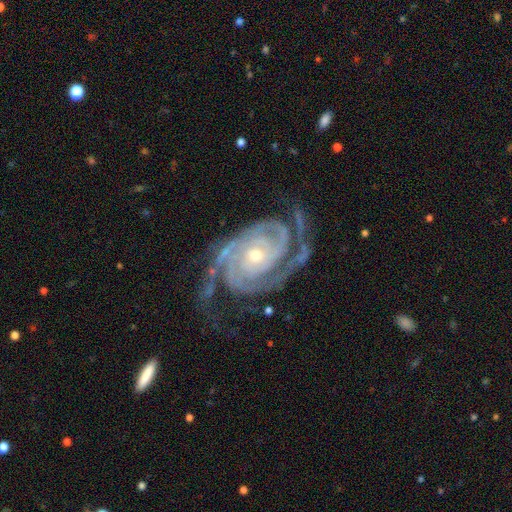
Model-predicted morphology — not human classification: A featured or disk galaxy (93%) with no bar (74%), 2 (52%) tight (69%) spiral arms (99%) and a small central bulge (62%). Merging: none (67%).